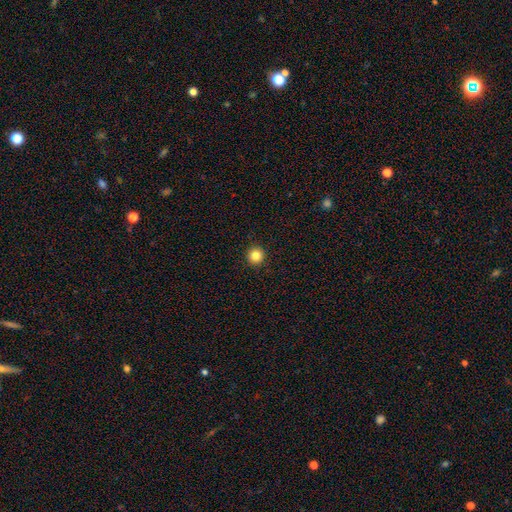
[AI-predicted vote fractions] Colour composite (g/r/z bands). It shows a smooth galaxy with no disk features (85%) that is round (96%). Merging: none (93%).